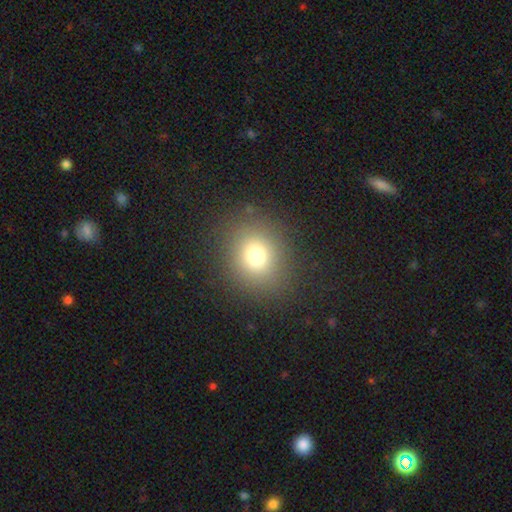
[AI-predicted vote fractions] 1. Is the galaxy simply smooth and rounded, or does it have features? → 73% smooth, 17% star or artifact, 10% featured or disk.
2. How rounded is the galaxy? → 79% round, 20% in between, 1% cigar-shaped.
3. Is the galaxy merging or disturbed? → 87% none, 8% minor disturbance, 5% major disturbance, 1% merger.